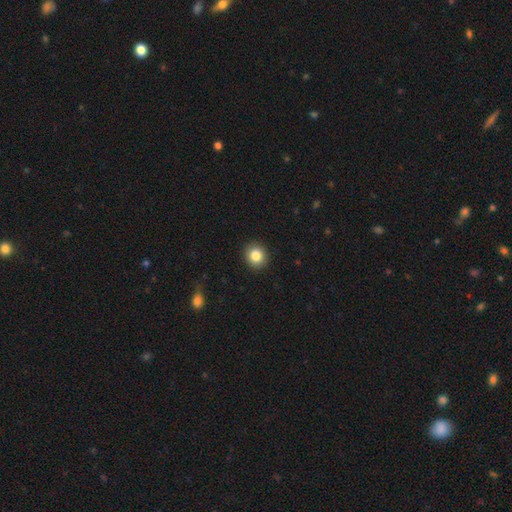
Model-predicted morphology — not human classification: smooth-or-featured: smooth: 85% | star or artifact: 9% | featured or disk: 6%
  how-rounded: round: 85% | in between: 15% | cigar-shaped: 1%
  merging: none: 91% | minor disturbance: 6% | major disturbance: 2% | merger: 1%